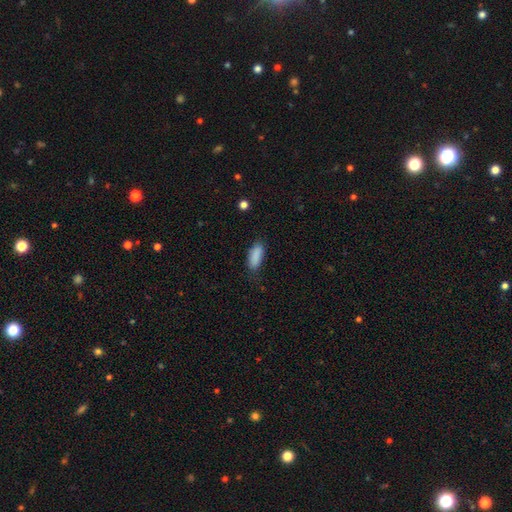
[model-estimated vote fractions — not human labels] smooth_or_featured: smooth (p=0.88) [alt: star or artifact p=0.07]
how_rounded: in between (p=0.76) [alt: cigar-shaped p=0.22]
merging: none (p=0.75) [alt: minor disturbance p=0.19]